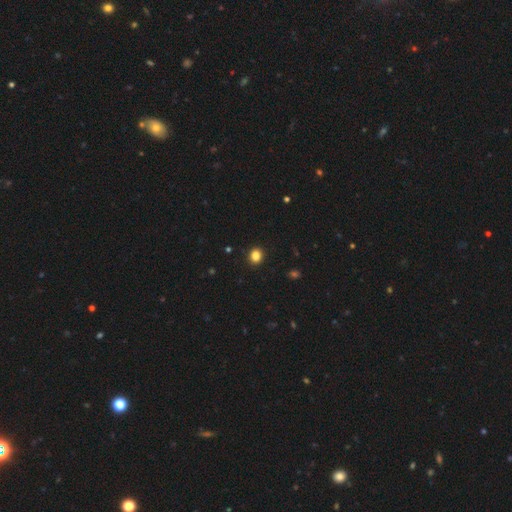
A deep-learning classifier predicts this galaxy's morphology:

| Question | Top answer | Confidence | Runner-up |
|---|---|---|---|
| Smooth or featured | smooth | 85% | star or artifact (12%) |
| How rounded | round | 72% | in between (27%) |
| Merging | none | 91% | minor disturbance (6%) |